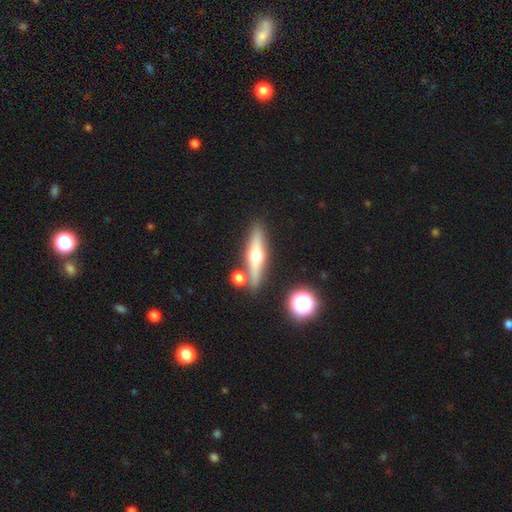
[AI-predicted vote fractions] Smooth or featured? featured or disk (61%)
Edge-on disk? yes (94%)
Edge-on bulge? rounded (95%)
Merging? none (81%)